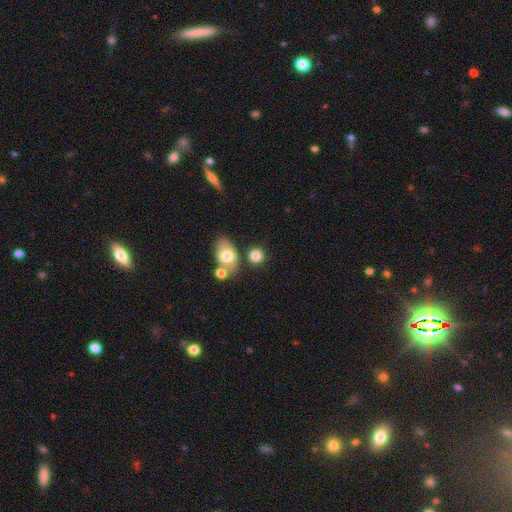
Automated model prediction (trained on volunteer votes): This is likely a smooth galaxy (79%). How rounded: likely round (71%). Merging: likely none (68%).